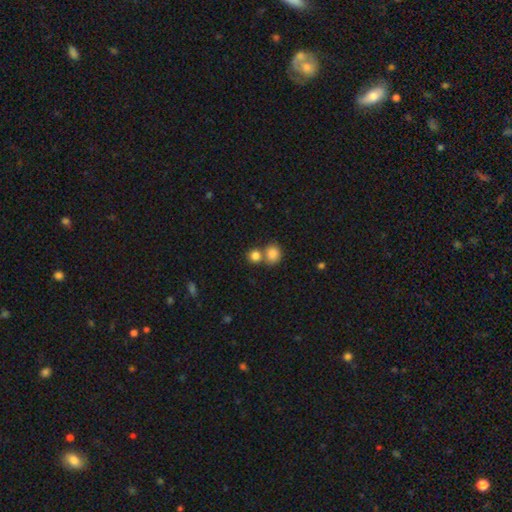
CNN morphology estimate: smooth_or_featured: smooth (p=0.83) [alt: star or artifact p=0.11]
how_rounded: round (p=0.83) [alt: in between p=0.16]
merging: none (p=0.52) [alt: merger p=0.39]